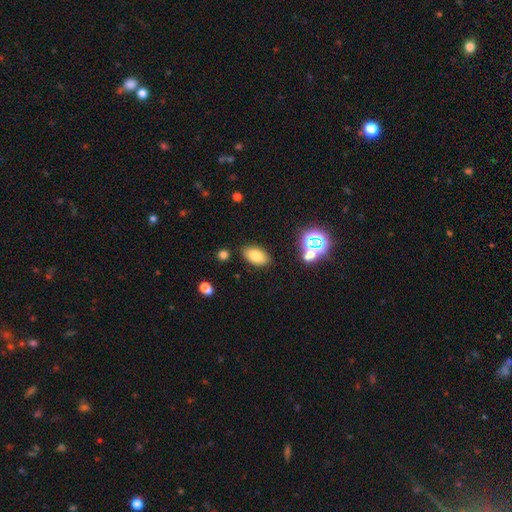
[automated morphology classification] This appears to be a smooth galaxy with no disk features (77%) that is in between round and cigar-shaped (92%). Merging: none (85%).